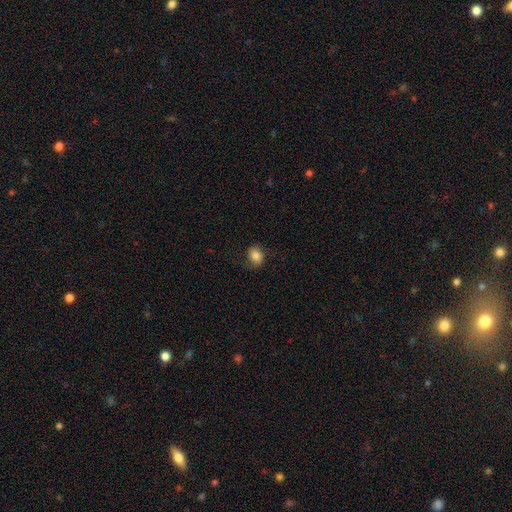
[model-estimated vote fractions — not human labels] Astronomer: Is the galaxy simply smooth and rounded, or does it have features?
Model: smooth — 80%.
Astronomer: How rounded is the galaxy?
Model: round — 51% (runner-up: in between, 48%).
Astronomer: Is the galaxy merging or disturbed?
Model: none — 71%.